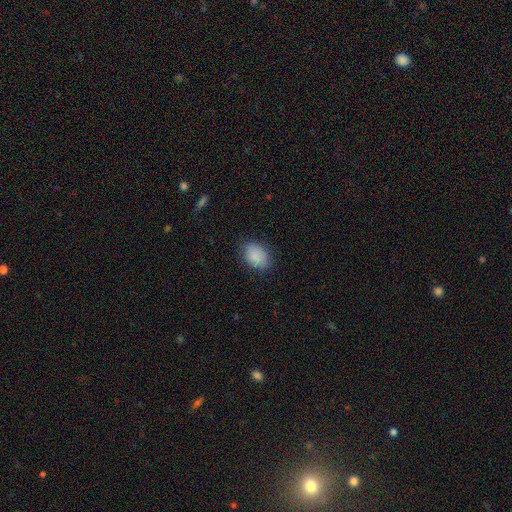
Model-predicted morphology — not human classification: Smooth or featured?
  - smooth: 87% *
  - star or artifact: 7%
  - featured or disk: 5%
How rounded?
  - in between: 75% *
  - round: 24%
  - cigar-shaped: 1%
Merging?
  - none: 81% *
  - minor disturbance: 15%
  - major disturbance: 3%
  - merger: 1%